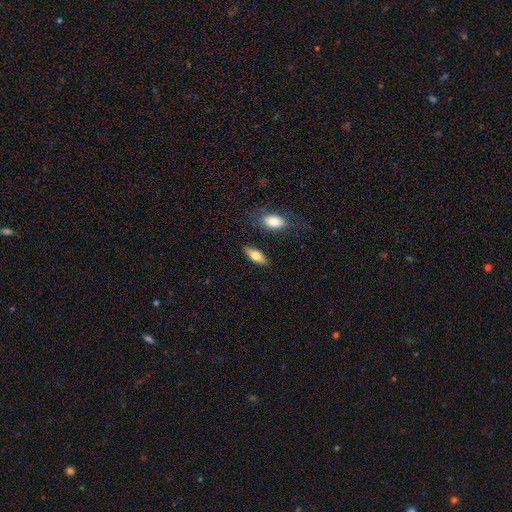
smooth_or_featured: smooth (p=0.68) [alt: featured or disk p=0.30]
how_rounded: in between (p=0.76) [alt: cigar-shaped p=0.20]
merging: none (p=0.89) [alt: minor disturbance p=0.06]